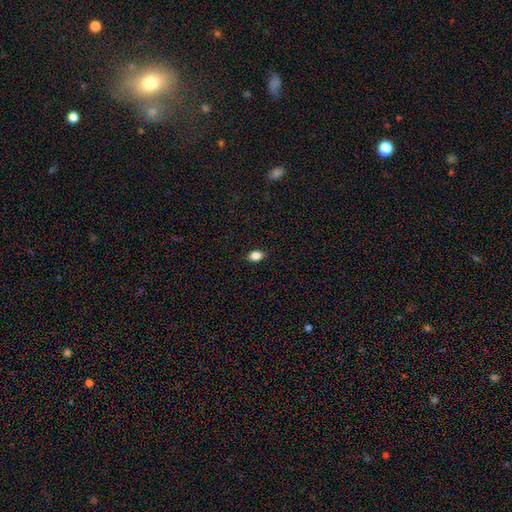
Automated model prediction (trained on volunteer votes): Smooth or featured: smooth — 87% (star or artifact — 9%)
How rounded: in between — 80% (round — 18%)
Merging: none — 88% (minor disturbance — 9%)